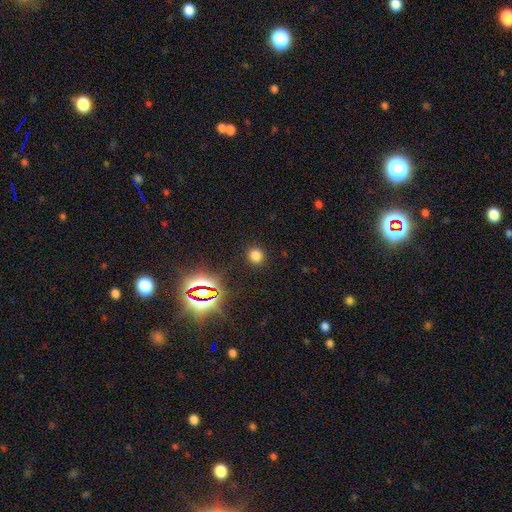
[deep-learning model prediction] This appears to be a smooth galaxy with no disk features (74%) that is round (87%). Merging: none (90%).